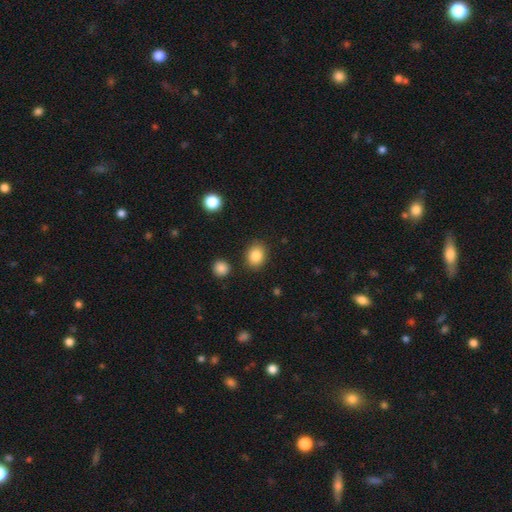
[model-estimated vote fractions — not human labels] Overall: smooth (86%). How rounded: round (55%; in between 44%). Merging: none (85%).